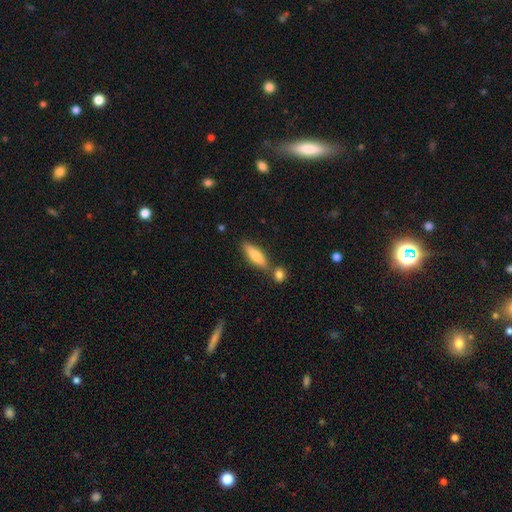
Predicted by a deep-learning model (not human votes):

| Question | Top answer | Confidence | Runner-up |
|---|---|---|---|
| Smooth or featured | smooth | 69% | featured or disk (25%) |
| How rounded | cigar-shaped | 57% | in between (41%) |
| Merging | none | 67% | merger (17%) |